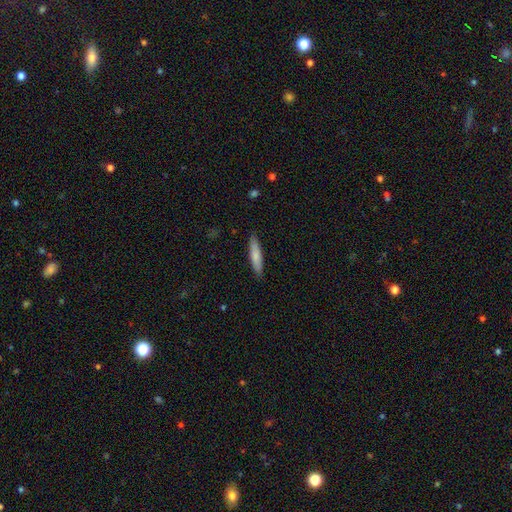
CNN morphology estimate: This appears to be a smooth galaxy with no disk features (78%) that is cigar-shaped (84%). Merging: none (88%).